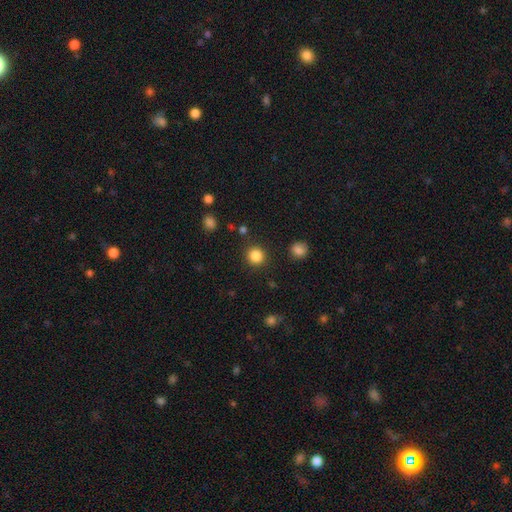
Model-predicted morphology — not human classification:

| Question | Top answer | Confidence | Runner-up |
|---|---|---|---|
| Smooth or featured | smooth | 85% | star or artifact (11%) |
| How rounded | round | 93% | in between (7%) |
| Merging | none | 89% | minor disturbance (6%) |